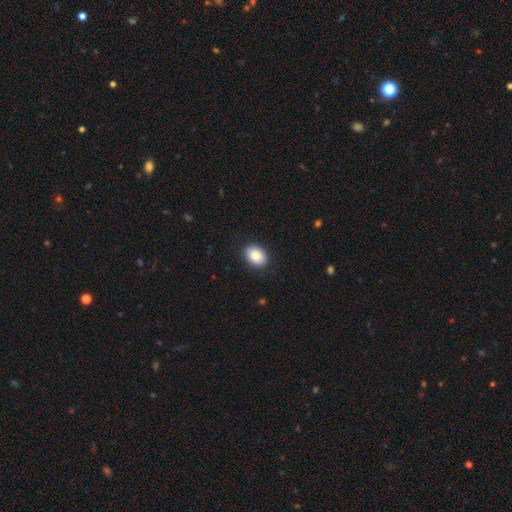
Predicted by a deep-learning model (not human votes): smooth_or_featured: smooth (p=0.86) [alt: star or artifact p=0.08]
how_rounded: in between (p=0.66) [alt: round p=0.34]
merging: none (p=0.88) [alt: minor disturbance p=0.08]